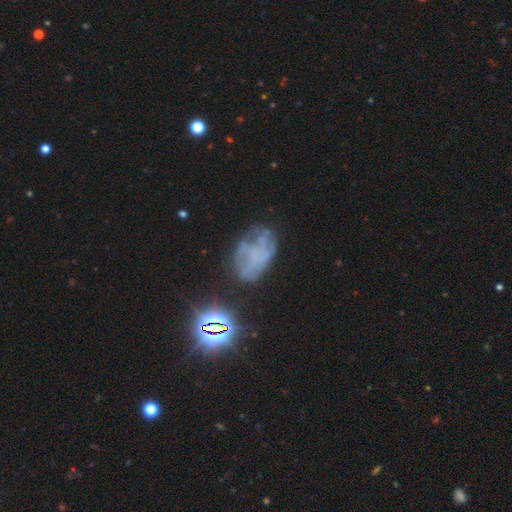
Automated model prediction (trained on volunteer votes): The model was most divided on "smooth or featured": featured or disk: 49%, smooth: 28%, star or artifact: 23%. More confident: merging — none (53%).